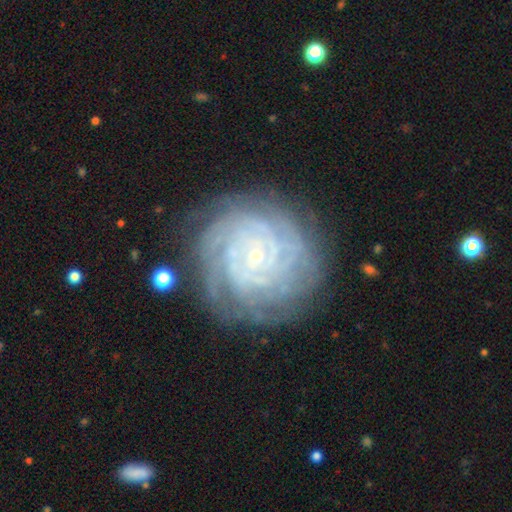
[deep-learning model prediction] A featured or disk galaxy (86%) with no bar (75%), tight (85%) spiral arms (96%) and a small central bulge (87%). Merging: none (79%).